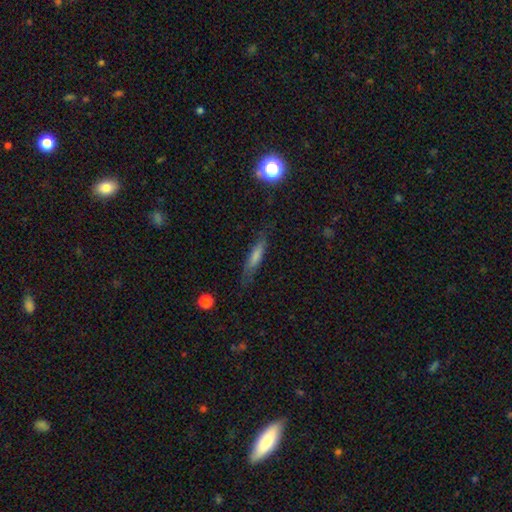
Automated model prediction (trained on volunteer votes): Smooth or featured: smooth — 60% (featured or disk — 29%)
How rounded: cigar-shaped — 84% (in between — 13%)
Merging: none — 79% (minor disturbance — 15%)